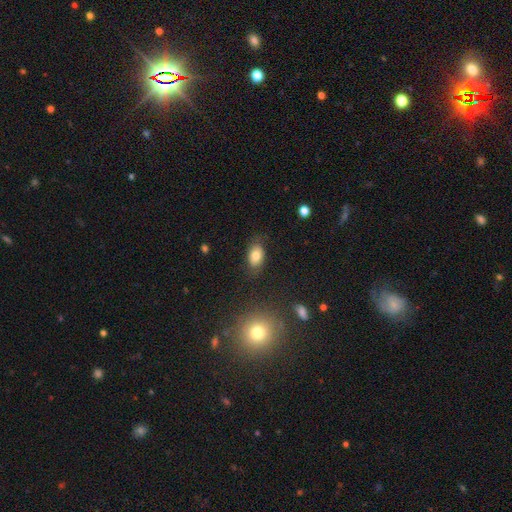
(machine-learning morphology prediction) The model was most divided on "merging": none: 79%, minor disturbance: 16%, major disturbance: 4%, merger: 2%. More confident: how rounded — in between (86%); smooth or featured — smooth (78%).